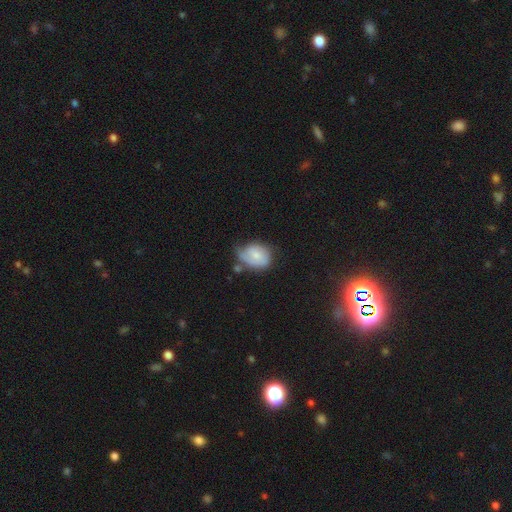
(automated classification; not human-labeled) This appears to be a smooth galaxy with no disk features (52%) that is in between round and cigar-shaped (58%). Merging: minor disturbance (36%).